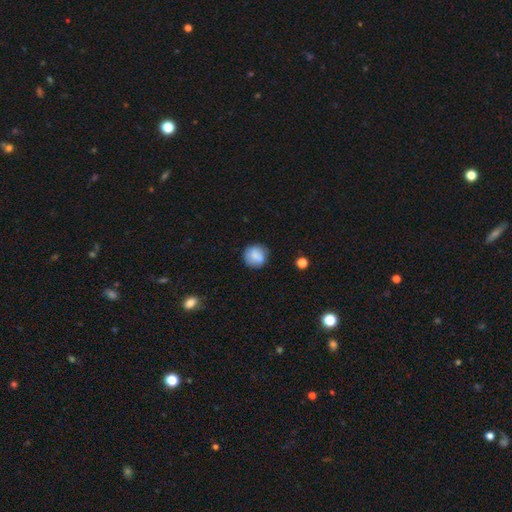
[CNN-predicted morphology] Smooth or featured: smooth — 80% (featured or disk — 12%)
How rounded: round — 88% (in between — 11%)
Merging: none — 73% (minor disturbance — 17%)